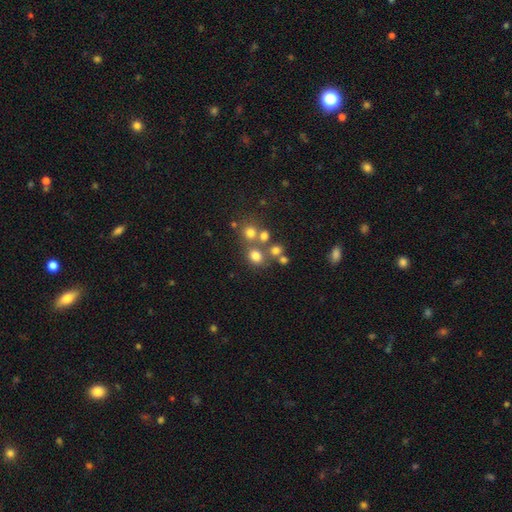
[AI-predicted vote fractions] The model was most divided on "merging": none: 56%, merger: 28%, minor disturbance: 10%, major disturbance: 6%. More confident: smooth or featured — smooth (69%); how rounded — round (69%).